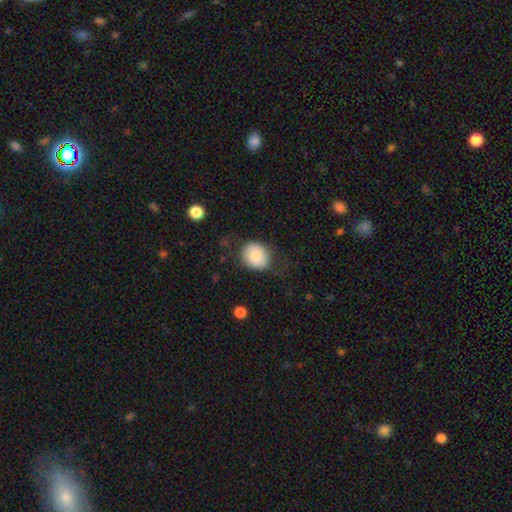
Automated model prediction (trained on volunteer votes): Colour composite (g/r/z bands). It shows a smooth galaxy with no disk features (83%) that is round (64%). Merging: none (72%).